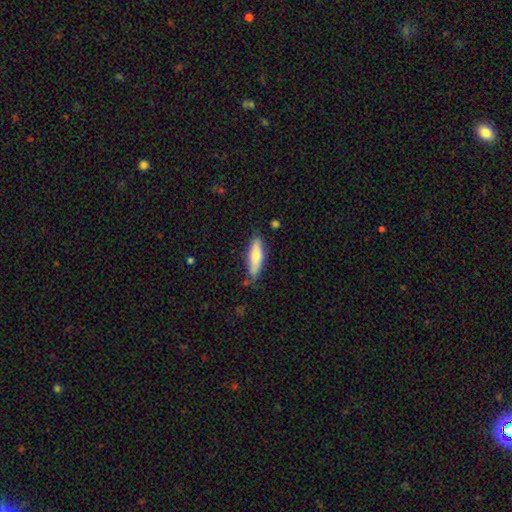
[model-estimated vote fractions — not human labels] A smooth galaxy with no disk features (72%) that is cigar-shaped (59%). Merging: none (72%).